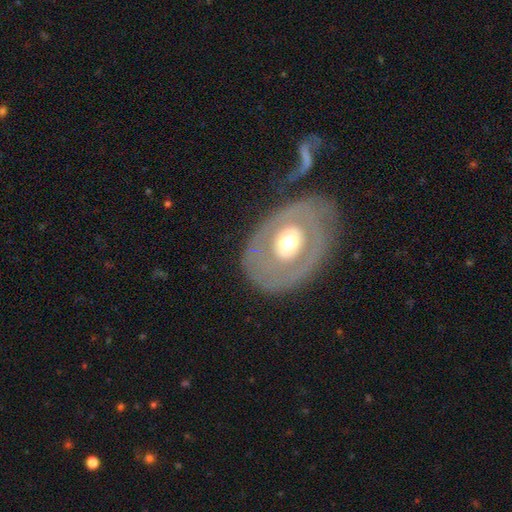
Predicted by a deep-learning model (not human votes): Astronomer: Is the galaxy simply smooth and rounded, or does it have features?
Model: featured or disk — 69%.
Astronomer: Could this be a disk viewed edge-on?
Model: no — 94%.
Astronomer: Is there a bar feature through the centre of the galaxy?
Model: no — 82%.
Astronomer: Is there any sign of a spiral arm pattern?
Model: no — 67%.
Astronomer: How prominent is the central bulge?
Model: moderate — 70%.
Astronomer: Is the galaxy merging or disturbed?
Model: none — 69%.